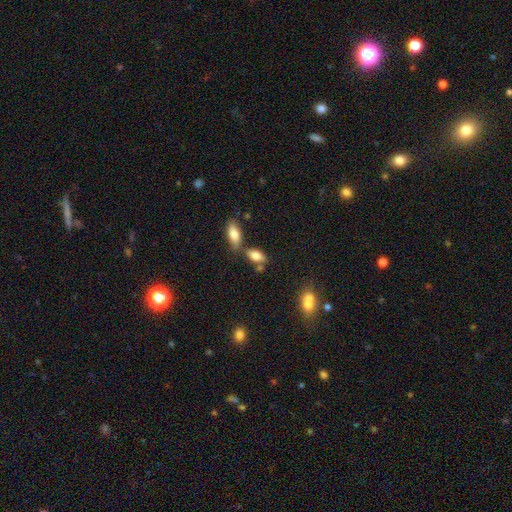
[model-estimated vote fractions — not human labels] smooth 75%, featured or disk 16%, star or artifact 9%. Down the decision tree: how rounded — in between (84%); merging — none (57%).